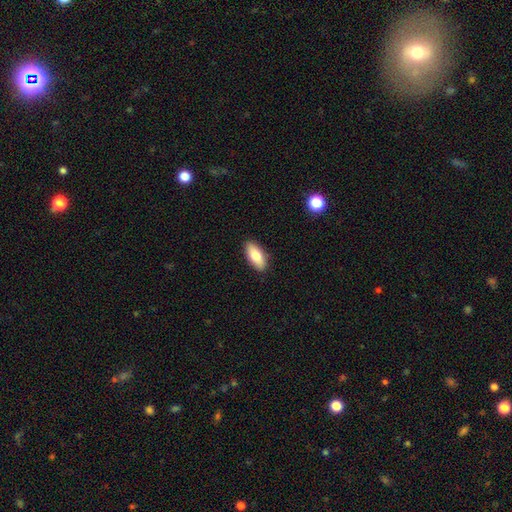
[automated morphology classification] A smooth galaxy with no disk features (79%) that is in between round and cigar-shaped (84%).

Vote fractions:
- Smooth or featured? smooth: 79% / featured or disk: 15% / star or artifact: 6%
- How rounded? in between: 84% / cigar-shaped: 13% / round: 2%
- Merging? none: 89% / minor disturbance: 9% / major disturbance: 2% / merger: 1%